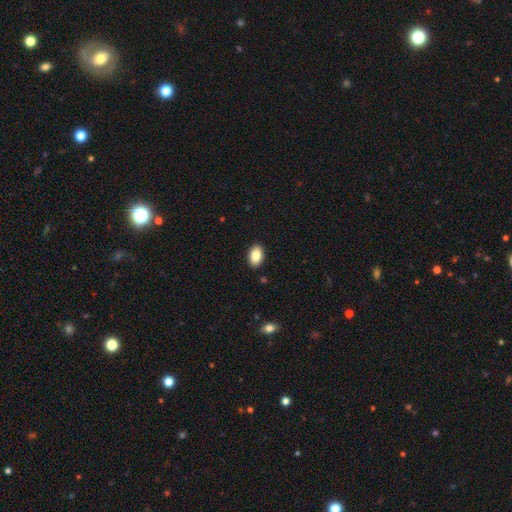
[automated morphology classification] A smooth galaxy with no disk features (86%) that is in between round and cigar-shaped (90%).

Vote fractions:
- Smooth or featured? smooth: 86% / star or artifact: 7% / featured or disk: 7%
- How rounded? in between: 90% / round: 9% / cigar-shaped: 1%
- Merging? none: 90% / minor disturbance: 7% / major disturbance: 2% / merger: 1%